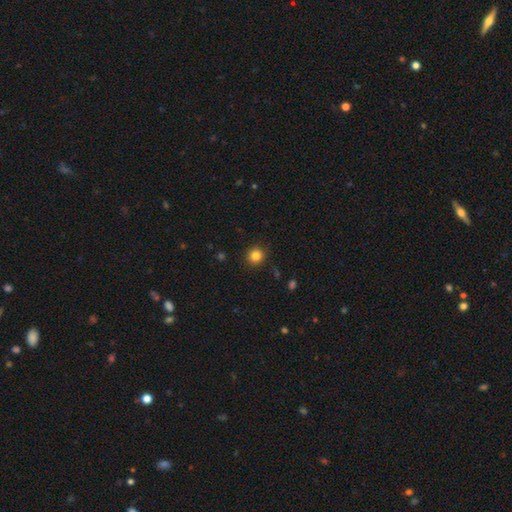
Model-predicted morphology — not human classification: Smooth or featured? smooth (83%)
How rounded? round (93%)
Merging? none (92%)